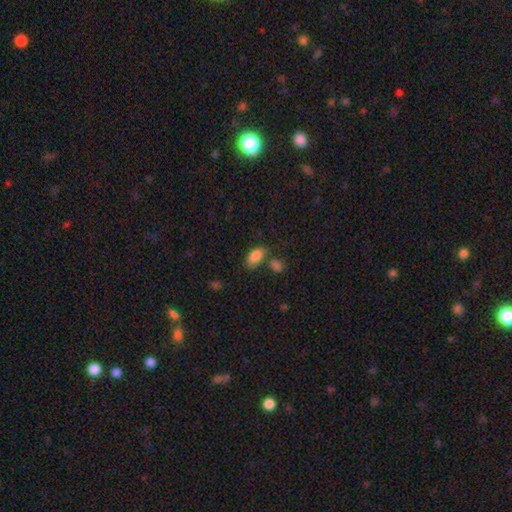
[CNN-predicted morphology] This appears to be a smooth galaxy with no disk features (85%) that is in between round and cigar-shaped (91%). Merging: none (55%).